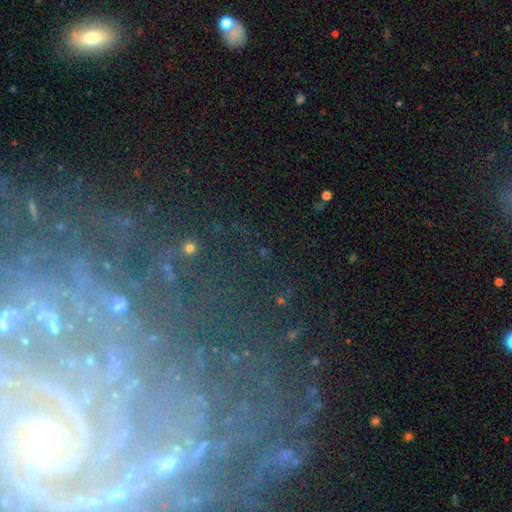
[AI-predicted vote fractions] featured or disk 57%, star or artifact 27%, smooth 16%. Down the decision tree: edge-on disk — no (89%); bar — no (50%); spiral arms — yes (80%); bulge size — small (63%); merging — none (71%).